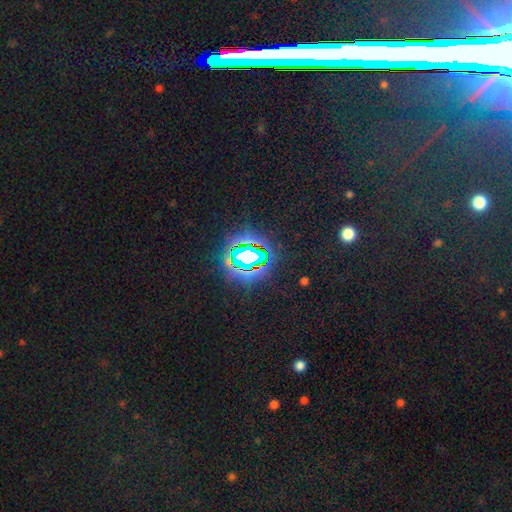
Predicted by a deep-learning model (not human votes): A star or artifact, not a galaxy (77%).